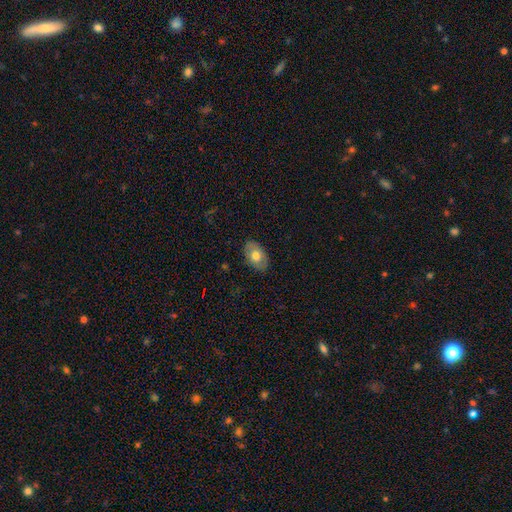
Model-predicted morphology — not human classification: Smooth or featured? smooth (70%)
How rounded? in between (89%)
Merging? none (84%)